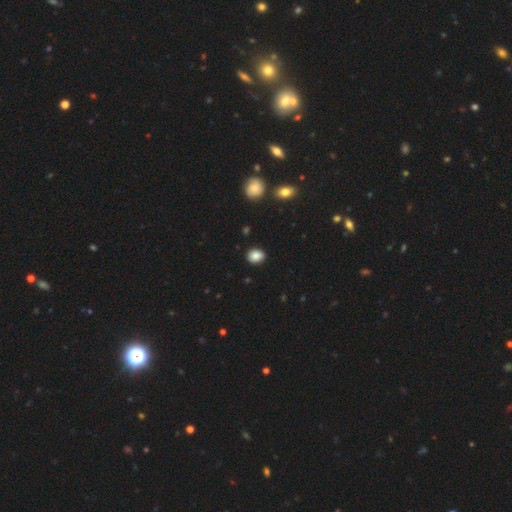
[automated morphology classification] Overall: smooth (87%). How rounded: in between (50%; round 49%). Merging: none (87%).